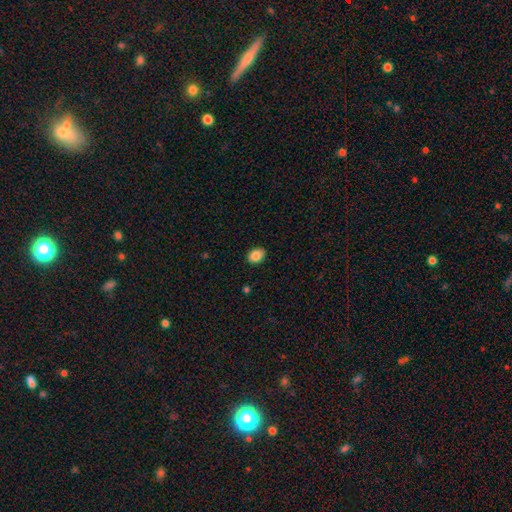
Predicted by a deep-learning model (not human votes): Smooth or featured? smooth (87%)
How rounded? in between (72%)
Merging? none (88%)